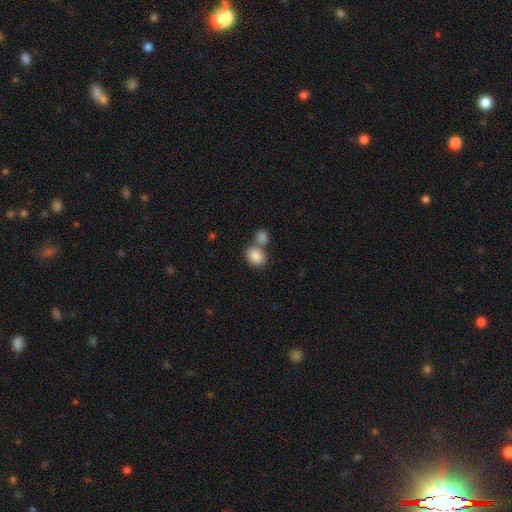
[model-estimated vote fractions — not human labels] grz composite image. It shows a smooth galaxy with no disk features (86%) that is in between round and cigar-shaped (53%). Merging: none (46%).